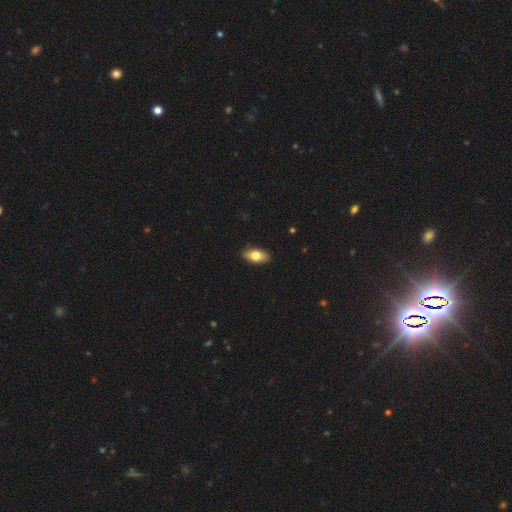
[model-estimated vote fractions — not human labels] Smooth or featured: smooth — 78% (featured or disk — 16%)
How rounded: in between — 91% (cigar-shaped — 5%)
Merging: none — 90% (minor disturbance — 8%)